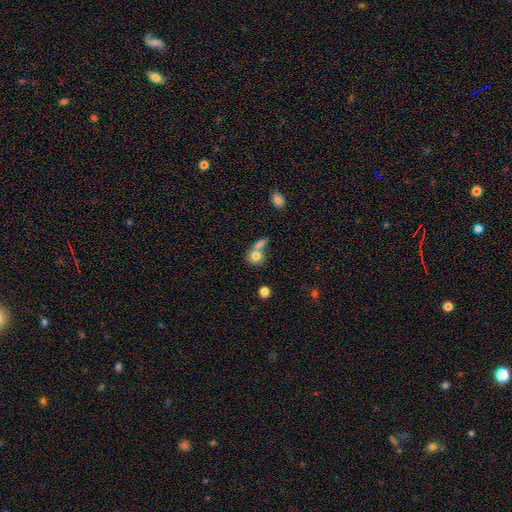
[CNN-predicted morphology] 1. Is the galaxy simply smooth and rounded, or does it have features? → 79% smooth, 12% featured or disk, 9% star or artifact.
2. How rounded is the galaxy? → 75% round, 23% in between, 2% cigar-shaped.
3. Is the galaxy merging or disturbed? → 46% merger, 41% none, 8% minor disturbance, 5% major disturbance.